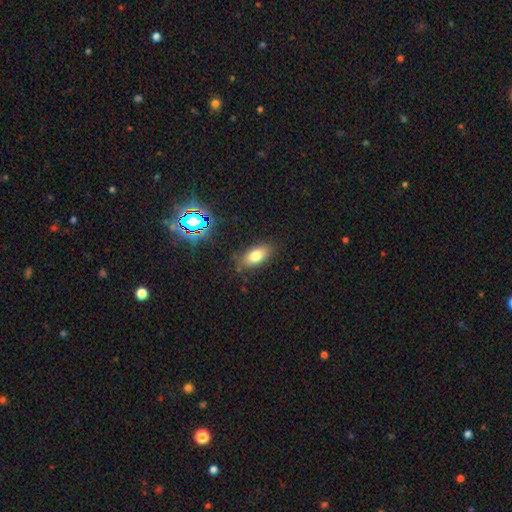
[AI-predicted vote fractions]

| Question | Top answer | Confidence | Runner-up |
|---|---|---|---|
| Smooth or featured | smooth | 76% | featured or disk (12%) |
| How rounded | in between | 87% | cigar-shaped (7%) |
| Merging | none | 82% | minor disturbance (12%) |